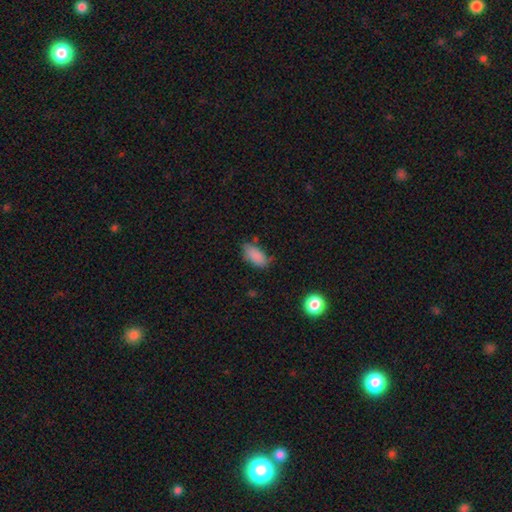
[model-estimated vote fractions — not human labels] Overall: smooth (85%). How rounded: in between (91%). Merging: none (61%; minor disturbance 29%).